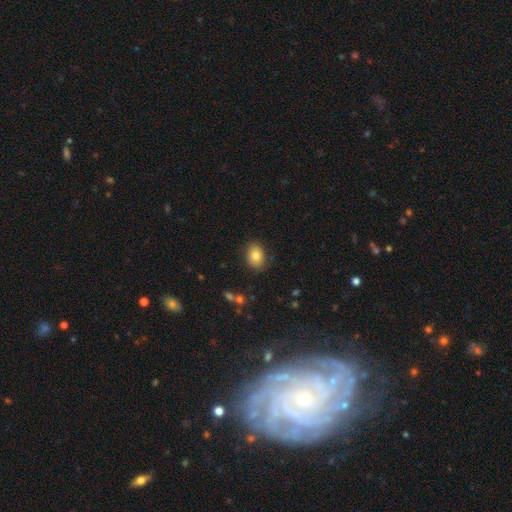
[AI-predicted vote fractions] Smooth or featured?
  - smooth: 81% *
  - featured or disk: 10%
  - star or artifact: 9%
How rounded?
  - in between: 70% *
  - round: 29%
  - cigar-shaped: 1%
Merging?
  - none: 85% *
  - minor disturbance: 11%
  - major disturbance: 3%
  - merger: 1%